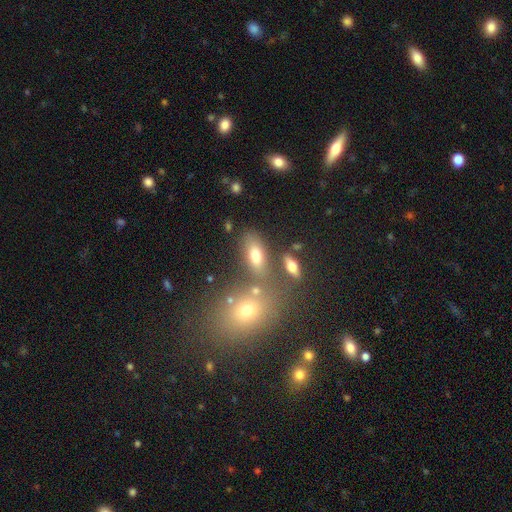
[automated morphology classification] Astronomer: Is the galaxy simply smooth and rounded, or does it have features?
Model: smooth — 70%.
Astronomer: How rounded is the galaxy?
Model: in between — 78%.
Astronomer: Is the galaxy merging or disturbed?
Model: none — 63%.